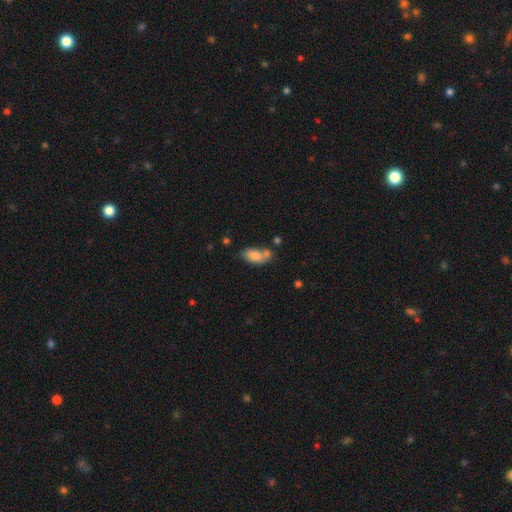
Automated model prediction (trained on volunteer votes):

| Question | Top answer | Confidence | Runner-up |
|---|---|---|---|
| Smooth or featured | smooth | 80% | featured or disk (12%) |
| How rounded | in between | 90% | cigar-shaped (5%) |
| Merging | none | 45% | merger (28%) |